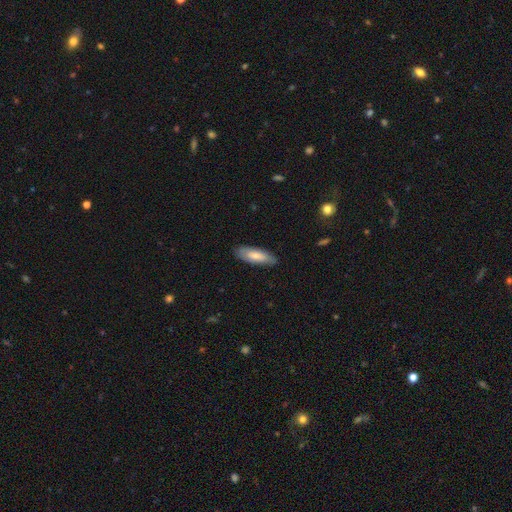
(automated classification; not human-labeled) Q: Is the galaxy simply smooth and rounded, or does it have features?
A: smooth — 70%.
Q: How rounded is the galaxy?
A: in between — 59%.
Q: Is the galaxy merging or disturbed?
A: none — 81%.